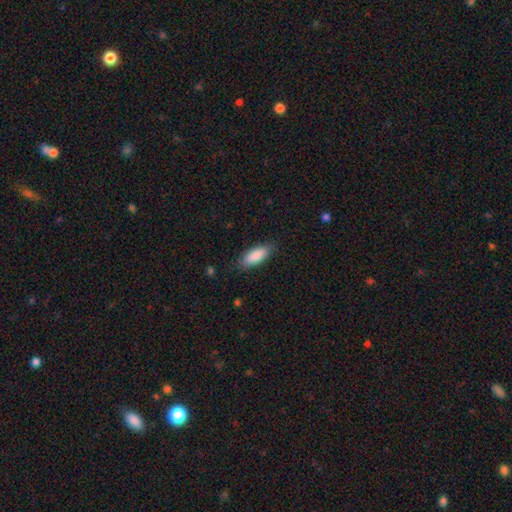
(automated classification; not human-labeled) Smooth or featured?
  - smooth: 88% *
  - featured or disk: 7%
  - star or artifact: 6%
How rounded?
  - in between: 76% *
  - cigar-shaped: 22%
  - round: 2%
Merging?
  - none: 83% *
  - minor disturbance: 13%
  - major disturbance: 3%
  - merger: 1%